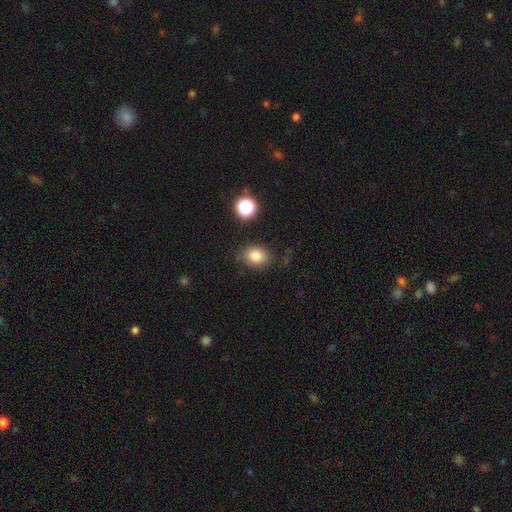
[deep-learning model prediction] smooth-or-featured: smooth: 82% | star or artifact: 12% | featured or disk: 7%
  how-rounded: in between: 56% | round: 43% | cigar-shaped: 1%
  merging: none: 80% | minor disturbance: 14% | major disturbance: 4% | merger: 3%